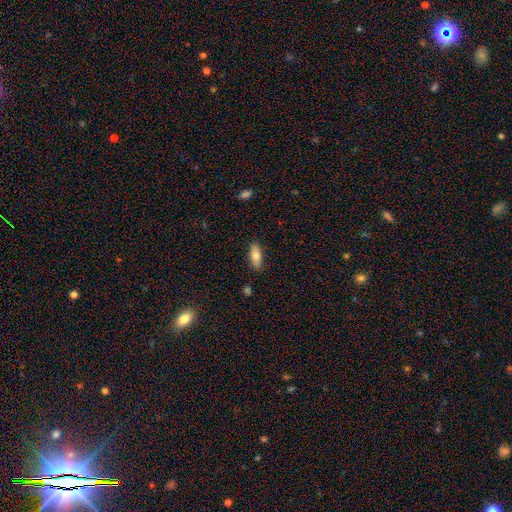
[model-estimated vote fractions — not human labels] Smooth or featured?
  - smooth: 73% *
  - featured or disk: 20%
  - star or artifact: 6%
How rounded?
  - in between: 78% *
  - cigar-shaped: 20%
  - round: 3%
Merging?
  - none: 87% *
  - minor disturbance: 10%
  - major disturbance: 2%
  - merger: 1%